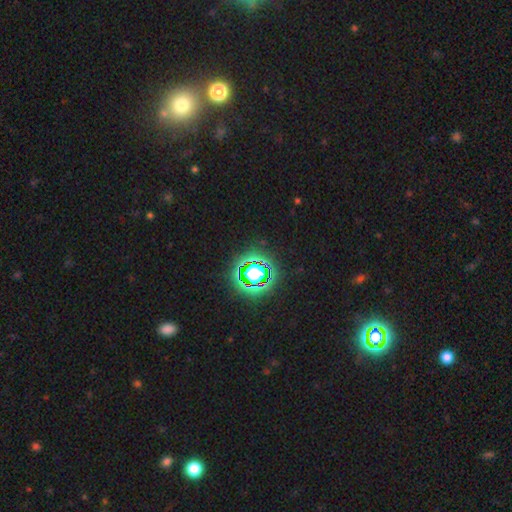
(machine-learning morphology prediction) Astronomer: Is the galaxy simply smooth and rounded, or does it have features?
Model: star or artifact — 80%.